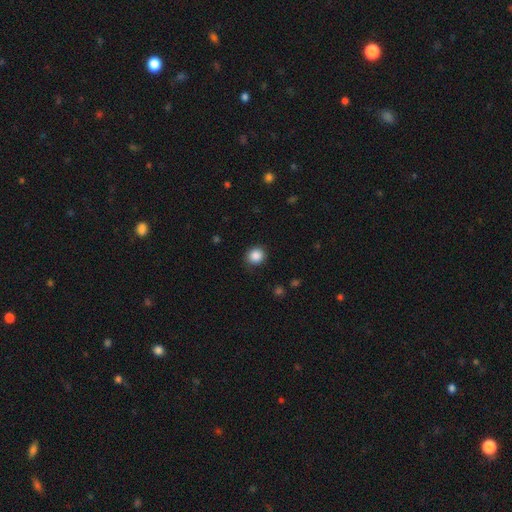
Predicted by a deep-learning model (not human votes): This appears to be a smooth galaxy with no disk features (87%) that is round (87%). Merging: none (87%).